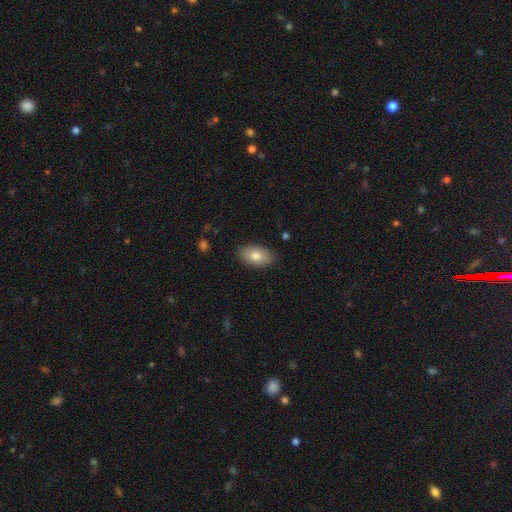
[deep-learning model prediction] Smooth or featured? smooth (81%)
How rounded? in between (91%)
Merging? none (87%)